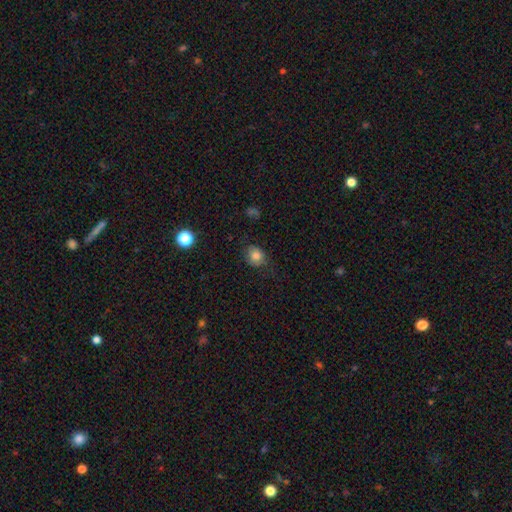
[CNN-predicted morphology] Overall: smooth (81%). How rounded: round (69%; in between 30%). Merging: none (70%).